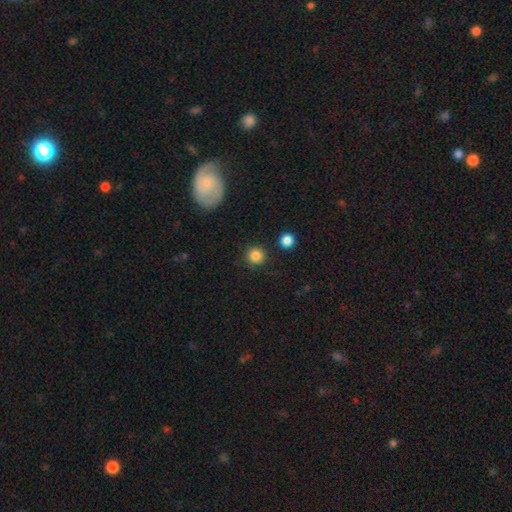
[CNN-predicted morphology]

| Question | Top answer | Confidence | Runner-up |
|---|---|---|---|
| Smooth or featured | smooth | 85% | star or artifact (11%) |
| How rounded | round | 95% | in between (4%) |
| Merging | none | 89% | minor disturbance (6%) |